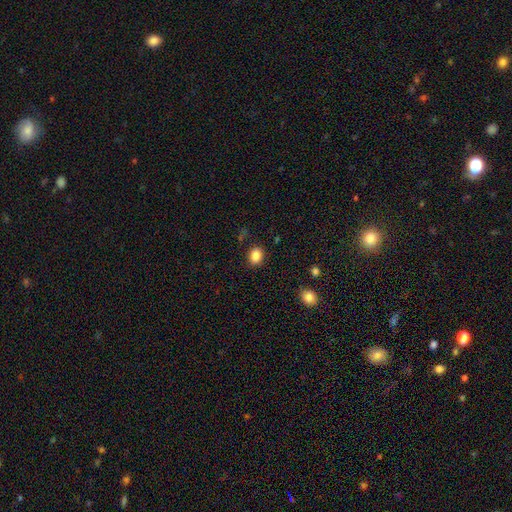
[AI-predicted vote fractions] Smooth or featured?
  - smooth: 86% *
  - star or artifact: 10%
  - featured or disk: 4%
How rounded?
  - in between: 57% *
  - round: 42%
  - cigar-shaped: 1%
Merging?
  - none: 86% *
  - minor disturbance: 9%
  - major disturbance: 3%
  - merger: 2%